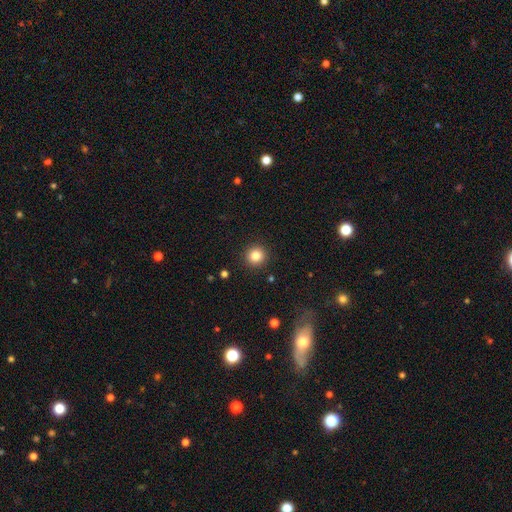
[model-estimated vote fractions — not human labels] Morphology: type=smooth (83%); roundness=round (94%); merging=none (92%).